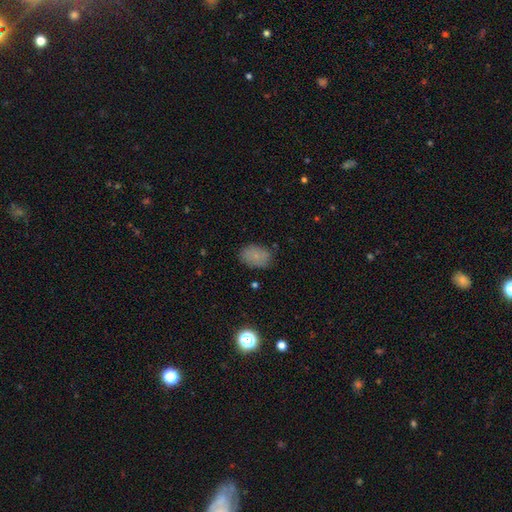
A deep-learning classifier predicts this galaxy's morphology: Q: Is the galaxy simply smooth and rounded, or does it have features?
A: smooth — 77%.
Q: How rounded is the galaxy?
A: in between — 80%.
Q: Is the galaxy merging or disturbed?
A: none — 79%.